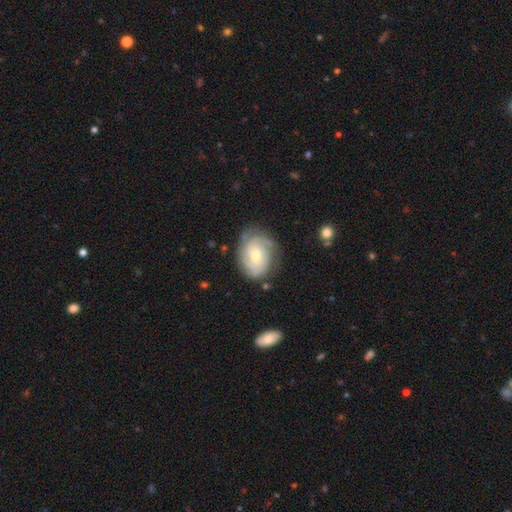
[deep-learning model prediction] A featured or disk galaxy (77%) with no bar (59%), tight (63%) spiral arms (94%) and a moderate central bulge (48%). Merging: none (73%).